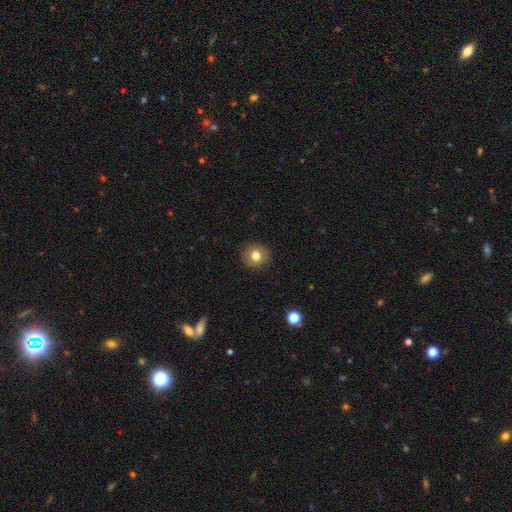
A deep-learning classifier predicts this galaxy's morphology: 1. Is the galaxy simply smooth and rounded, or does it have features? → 78% smooth, 12% featured or disk, 10% star or artifact.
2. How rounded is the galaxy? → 89% round, 10% in between, 1% cigar-shaped.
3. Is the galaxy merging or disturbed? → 91% none, 6% minor disturbance, 2% major disturbance, 1% merger.